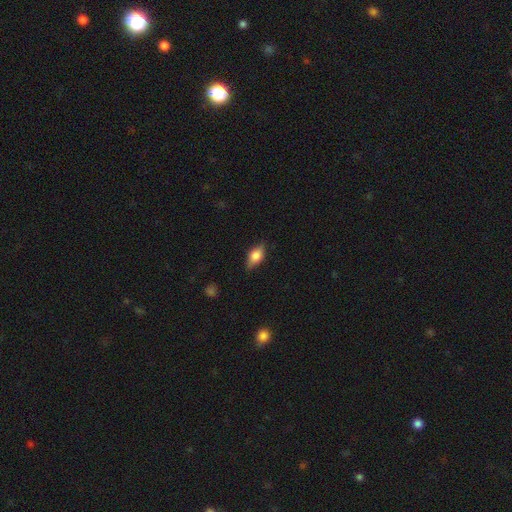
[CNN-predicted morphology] Smooth or featured? Predicted: smooth (p=0.58). How rounded? Predicted: in between (p=0.80). Merging? Predicted: none (p=0.79).